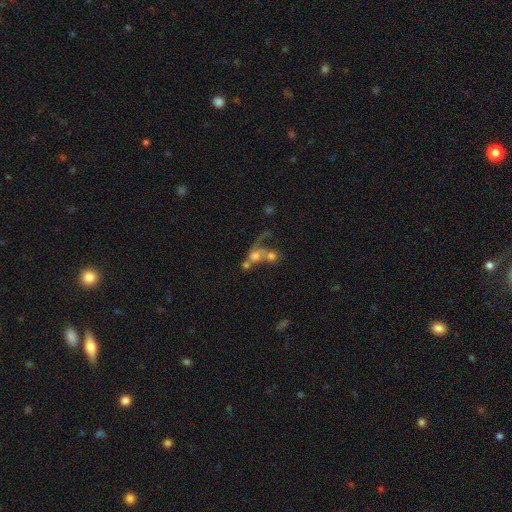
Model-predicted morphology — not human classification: Smooth or featured?
  - smooth: 52% *
  - featured or disk: 35%
  - star or artifact: 14%
How rounded?
  - round: 67% *
  - in between: 30%
  - cigar-shaped: 3%
Merging?
  - merger: 62% *
  - major disturbance: 18%
  - none: 14%
  - minor disturbance: 6%